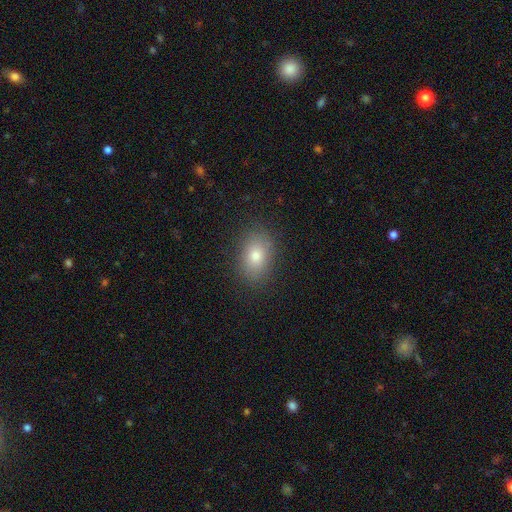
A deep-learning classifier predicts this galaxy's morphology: The model was most divided on "how rounded": in between: 79%, round: 19%, cigar-shaped: 2%. More confident: merging — none (86%); smooth or featured — smooth (78%).